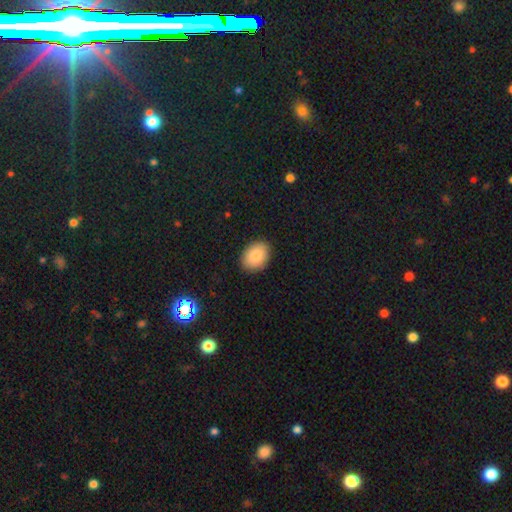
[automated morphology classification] Smooth or featured? smooth (85%)
How rounded? in between (69%)
Merging? none (89%)